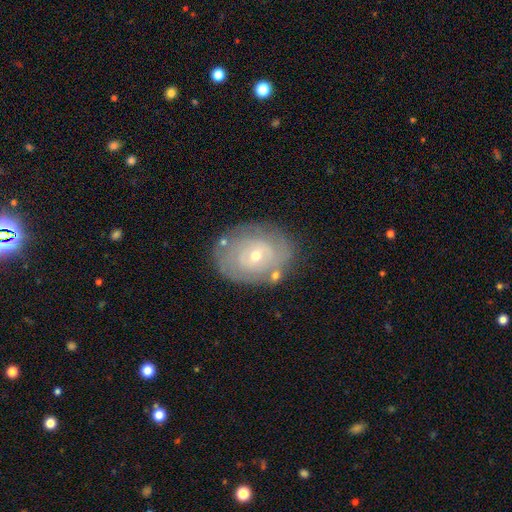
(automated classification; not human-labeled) This appears to be a featured or disk galaxy (70%) with no bar (78%), spiral arms (69%) and a small central bulge (62%). Merging: none (75%).